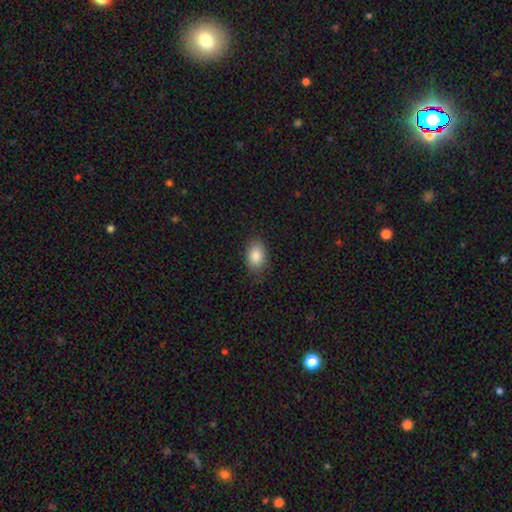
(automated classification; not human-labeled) Q: Smooth or featured?
A: smooth (86%); runner-up: star or artifact (8%)
Q: How rounded?
A: in between (87%); runner-up: round (12%)
Q: Merging?
A: none (82%); runner-up: minor disturbance (14%)